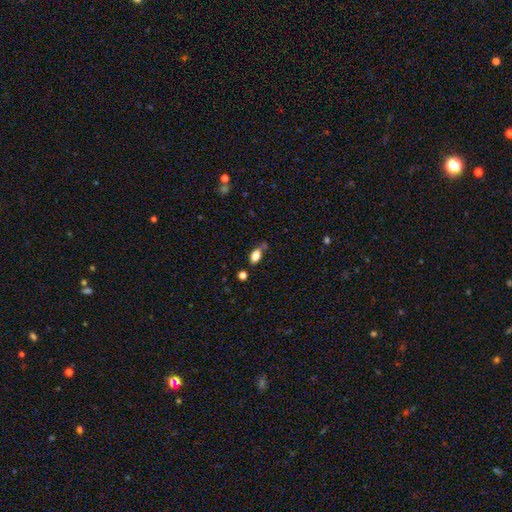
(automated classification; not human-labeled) A smooth galaxy with no disk features (83%) that is in between round and cigar-shaped (89%). Merging: none (61%).